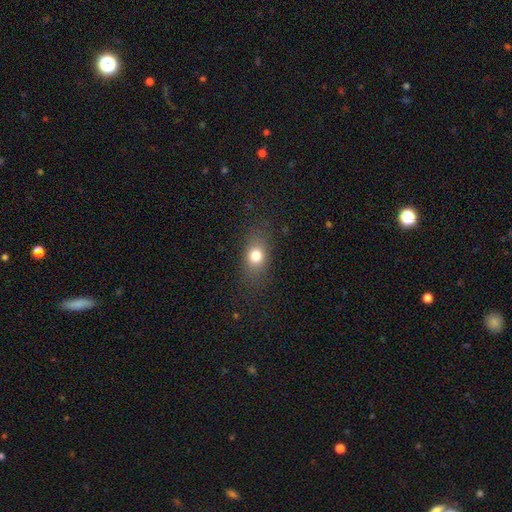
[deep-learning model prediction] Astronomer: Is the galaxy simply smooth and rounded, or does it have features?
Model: smooth — 77%.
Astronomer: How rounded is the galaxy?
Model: in between — 63%.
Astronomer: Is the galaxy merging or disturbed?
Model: none — 81%.